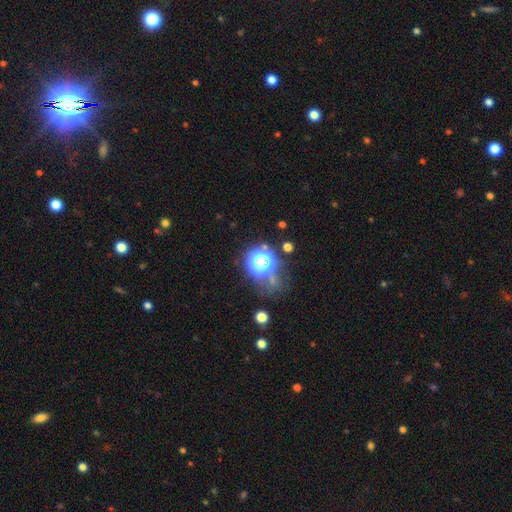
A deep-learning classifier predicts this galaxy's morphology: This appears to be a star or artifact, not a galaxy (74%).